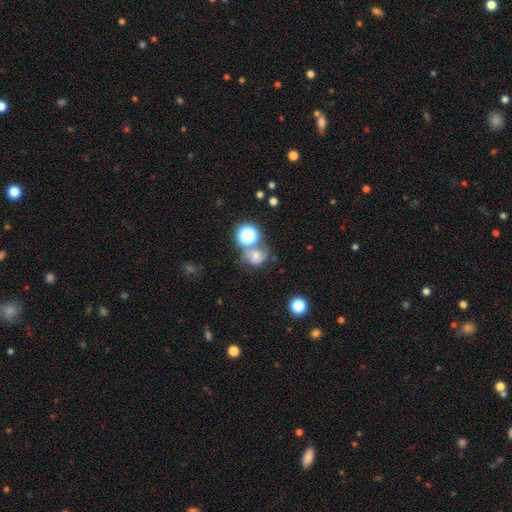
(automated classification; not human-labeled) Smooth or featured: smooth — 47% (featured or disk — 31%)
Merging: none — 45% (merger — 25%)